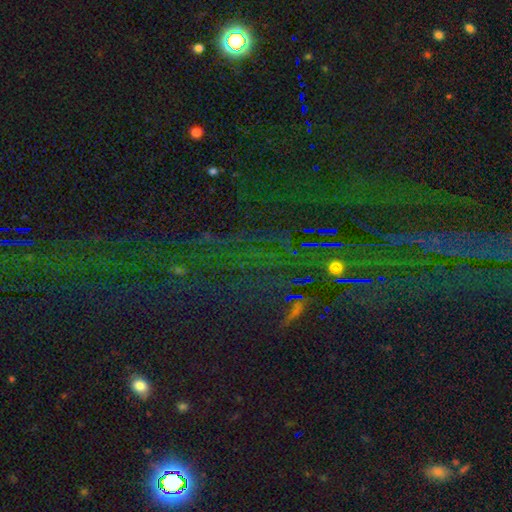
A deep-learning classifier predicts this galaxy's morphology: The model was most divided on "smooth or featured": star or artifact: 80%, smooth: 12%, featured or disk: 9%.